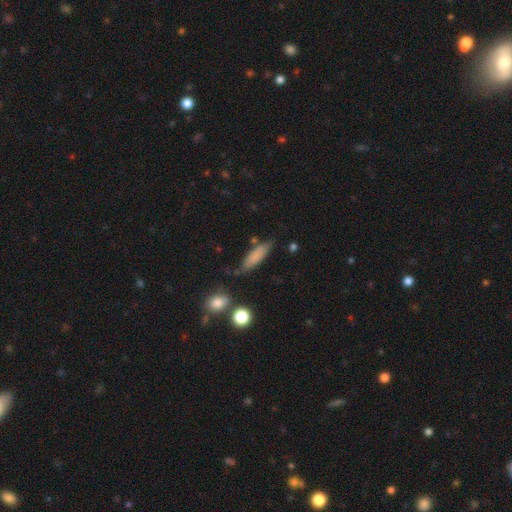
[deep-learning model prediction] The model was most divided on "how rounded": cigar-shaped: 59%, in between: 38%, round: 2%. More confident: smooth or featured — smooth (77%); merging — none (68%).